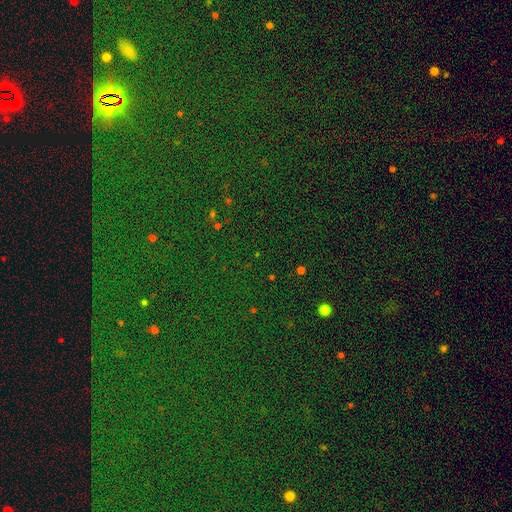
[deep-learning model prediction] Smooth or featured? star or artifact (83%)